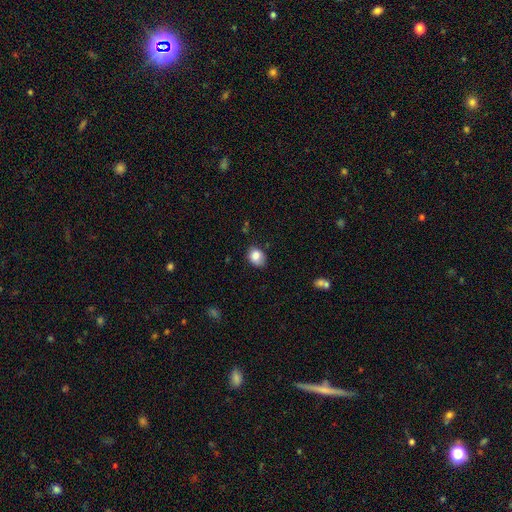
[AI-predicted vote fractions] The model was most divided on "how rounded": in between: 52%, round: 47%, cigar-shaped: 1%. More confident: smooth or featured — smooth (84%); merging — none (75%).